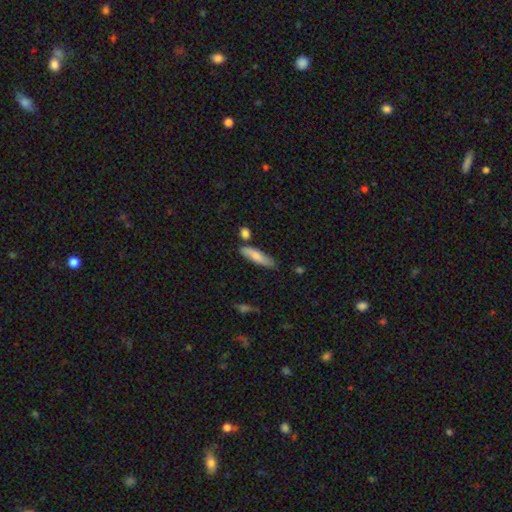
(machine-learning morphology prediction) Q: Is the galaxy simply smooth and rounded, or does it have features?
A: smooth — 75%.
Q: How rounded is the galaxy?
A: cigar-shaped — 68%.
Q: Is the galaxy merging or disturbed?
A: none — 72%.